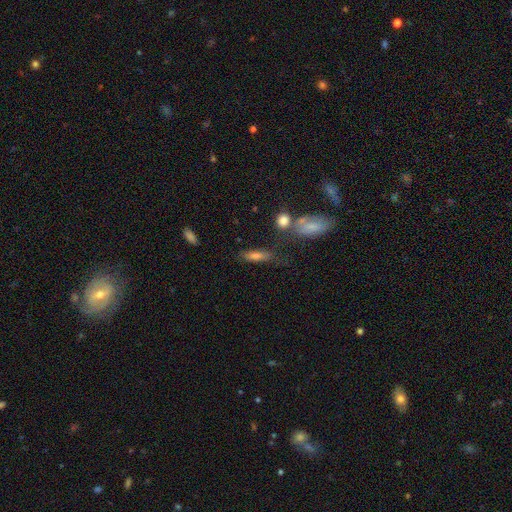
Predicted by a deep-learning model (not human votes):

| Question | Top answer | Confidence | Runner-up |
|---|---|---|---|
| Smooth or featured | smooth | 71% | featured or disk (18%) |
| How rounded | cigar-shaped | 52% | in between (43%) |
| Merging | none | 59% | minor disturbance (19%) |